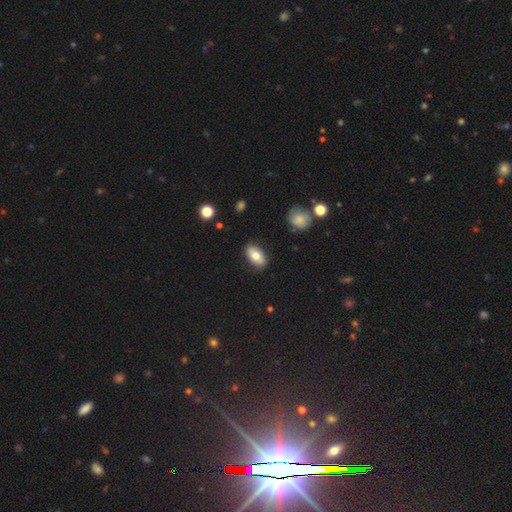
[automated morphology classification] smooth-or-featured: smooth: 74% | featured or disk: 18% | star or artifact: 7%
  how-rounded: in between: 92% | round: 5% | cigar-shaped: 3%
  merging: none: 85% | minor disturbance: 11% | major disturbance: 2% | merger: 1%